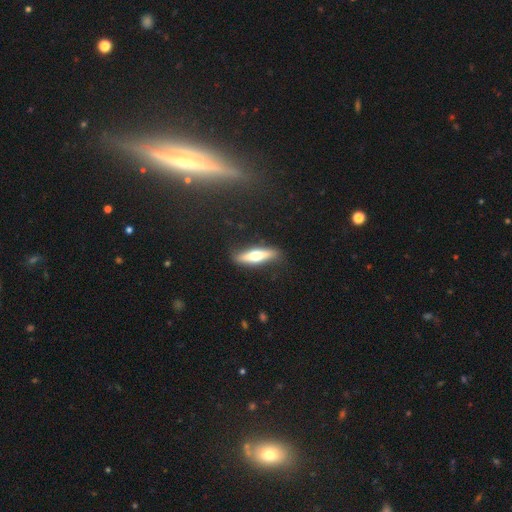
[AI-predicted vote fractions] Smooth or featured? featured or disk (49%)
Merging? none (87%)